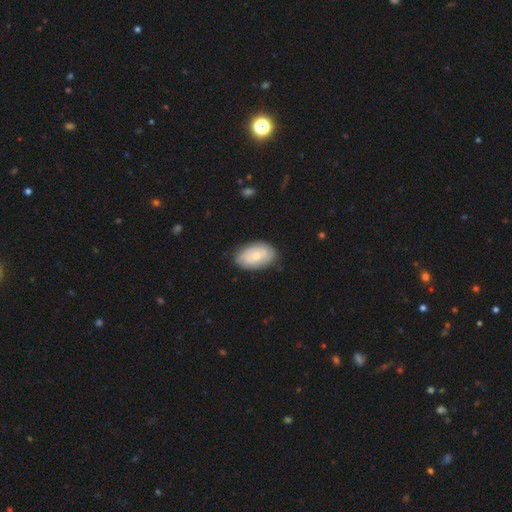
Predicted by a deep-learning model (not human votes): A featured or disk galaxy (51%). Merging: none (80%).